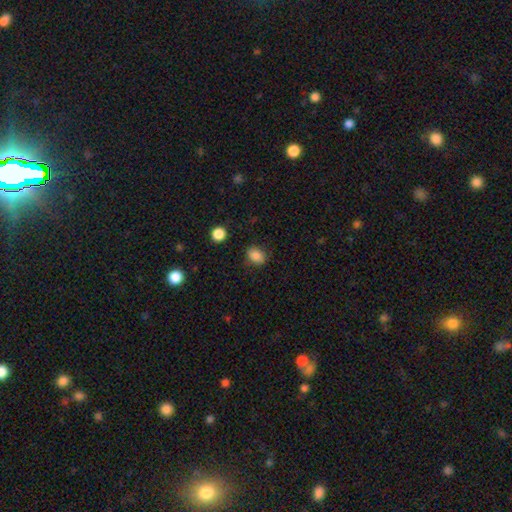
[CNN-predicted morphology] type=smooth (86%); roundness=in between (57%); merging=none (83%).